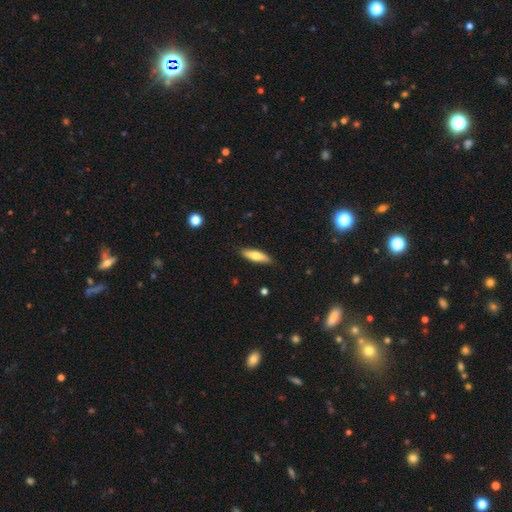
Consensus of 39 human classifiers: smooth 62%, featured or disk 31%, star or artifact 8%. Down the decision tree: how rounded — cigar-shaped (50%); merging — none (92%).